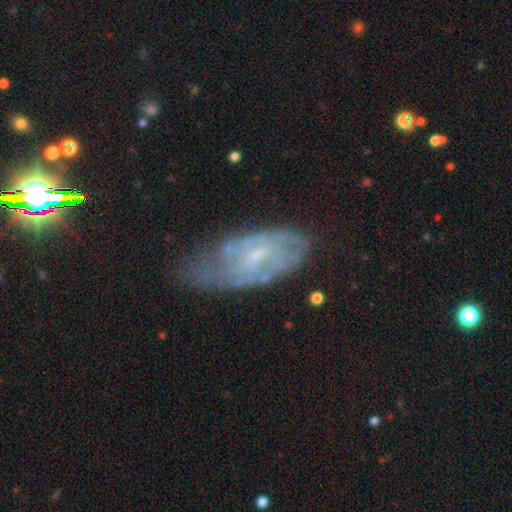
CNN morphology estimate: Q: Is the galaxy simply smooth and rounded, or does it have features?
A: featured or disk — 72%.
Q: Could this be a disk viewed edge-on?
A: no — 93%.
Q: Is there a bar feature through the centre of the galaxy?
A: weak — 50%.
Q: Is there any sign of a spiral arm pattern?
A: yes — 81%.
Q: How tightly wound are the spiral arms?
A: tight — 50%.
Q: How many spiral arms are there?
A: can't tell — 50%.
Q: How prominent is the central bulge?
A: small — 64%.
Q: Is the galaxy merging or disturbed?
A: none — 55%.